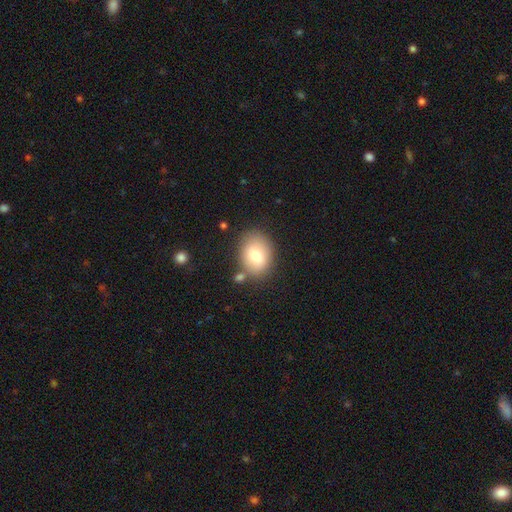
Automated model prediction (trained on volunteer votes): This is likely a smooth galaxy (75%). How rounded: likely in between (64%). Merging: likely none (75%).